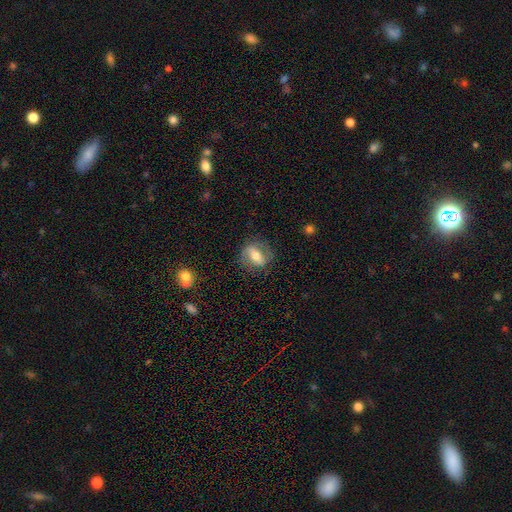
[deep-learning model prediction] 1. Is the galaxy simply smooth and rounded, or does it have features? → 54% featured or disk, 39% smooth, 7% star or artifact.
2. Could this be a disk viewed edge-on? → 84% no, 16% yes.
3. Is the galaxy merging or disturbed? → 77% none, 15% minor disturbance, 7% major disturbance, 1% merger.